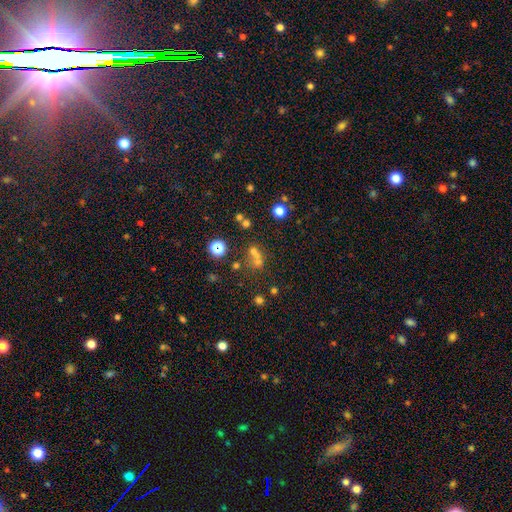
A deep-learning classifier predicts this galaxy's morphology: Smooth or featured?
  - smooth: 52% *
  - star or artifact: 31%
  - featured or disk: 17%
How rounded?
  - round: 78% *
  - in between: 20%
  - cigar-shaped: 2%
Merging?
  - merger: 44% *
  - none: 43%
  - minor disturbance: 8%
  - major disturbance: 5%